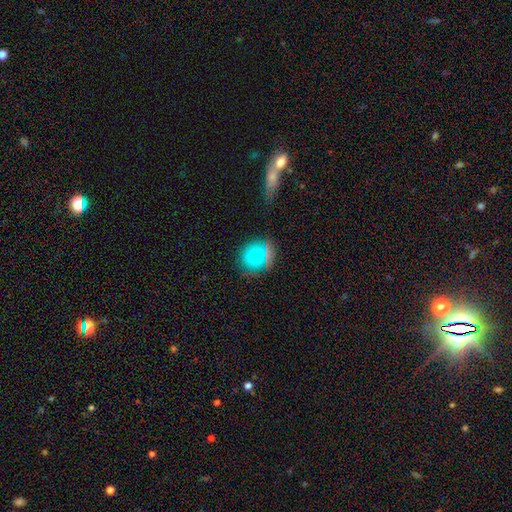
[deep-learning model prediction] smooth_or_featured: smooth (p=0.70) [alt: featured or disk p=0.18]
how_rounded: round (p=0.83) [alt: in between p=0.16]
merging: none (p=0.71) [alt: minor disturbance p=0.16]